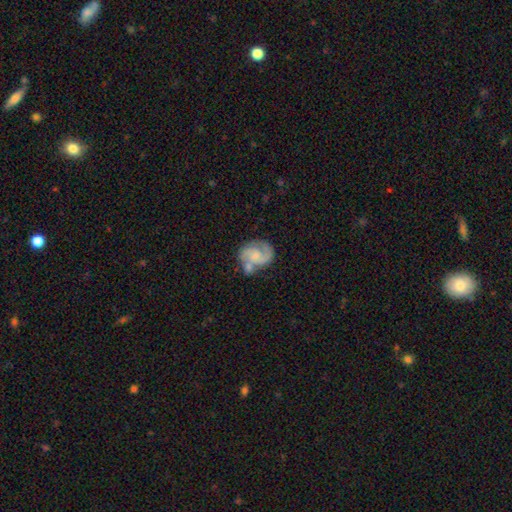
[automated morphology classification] Smooth or featured: featured or disk — 82% (smooth — 13%)
Edge-on disk: no — 98% (yes — 2%)
Bar: no — 61% (weak — 33%)
Spiral arms: yes — 96% (no — 4%)
Spiral winding: medium — 49% (tight — 37%)
Spiral arm count: 2 — 84% (can't tell — 5%)
Bulge size: small — 42% (none — 31%)
Merging: none — 50% (merger — 22%)